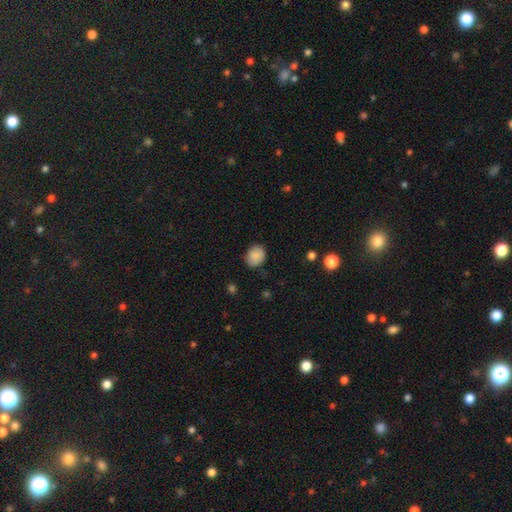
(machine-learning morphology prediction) Overall: smooth (87%). How rounded: round (56%; in between 43%). Merging: none (80%).